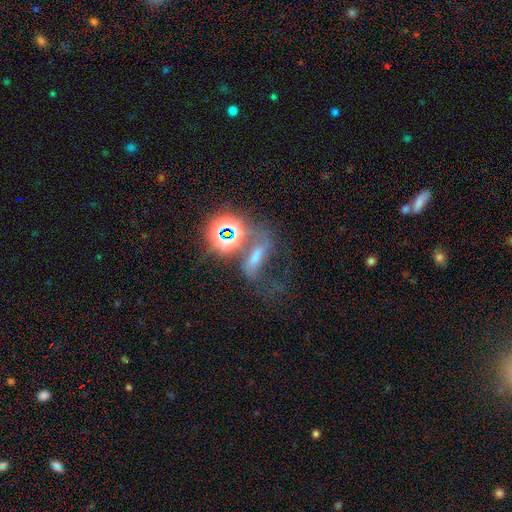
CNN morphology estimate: Q: Smooth or featured?
A: star or artifact (38%); runner-up: featured or disk (35%)